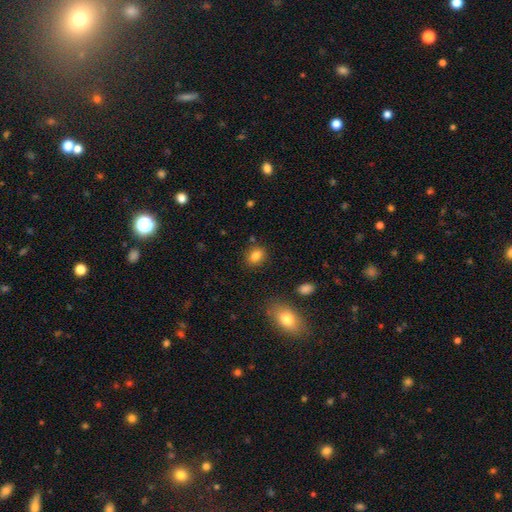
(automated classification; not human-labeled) The model was most divided on "how rounded": in between: 55%, round: 44%, cigar-shaped: 1%. More confident: merging — none (84%); smooth or featured — smooth (83%).